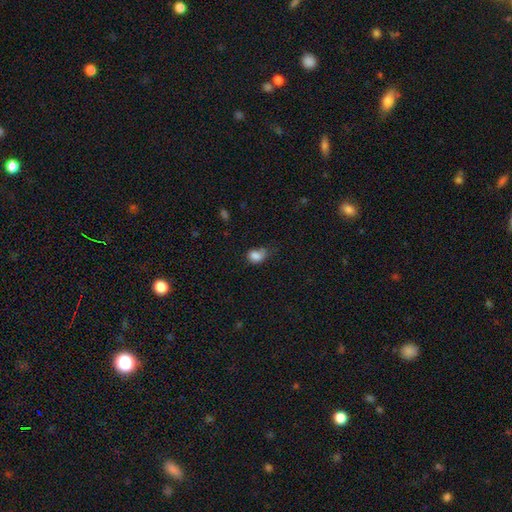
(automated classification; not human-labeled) Smooth or featured? smooth (82%)
How rounded? in between (61%)
Merging? minor disturbance (38%)